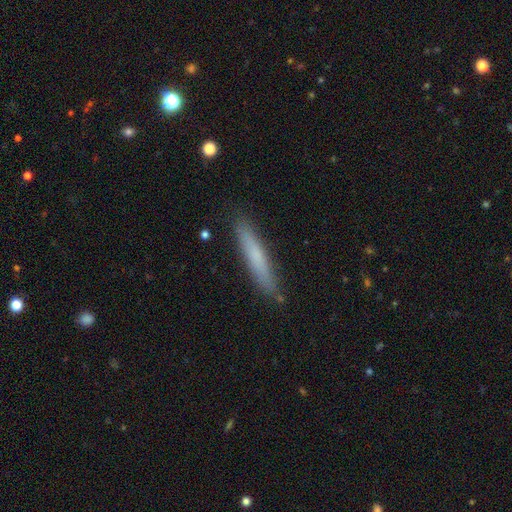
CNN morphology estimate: smooth_or_featured: smooth (p=0.70) [alt: featured or disk p=0.24]
how_rounded: cigar-shaped (p=0.94) [alt: in between p=0.05]
merging: none (p=0.88) [alt: minor disturbance p=0.09]